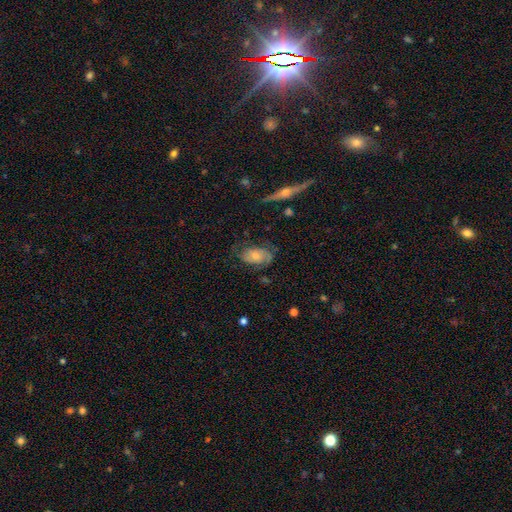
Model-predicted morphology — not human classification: smooth-or-featured: featured or disk: 54% | smooth: 38% | star or artifact: 8%
  disk-edge-on: no: 93% | yes: 7%
    bar: no: 75% | weak: 21% | strong: 4%
    has-spiral-arms: yes: 78% | no: 22%
    bulge-size: moderate: 42% | small: 40% | large: 8% | none: 7% | dominant: 2%
  merging: none: 57% | minor disturbance: 25% | major disturbance: 16% | merger: 2%